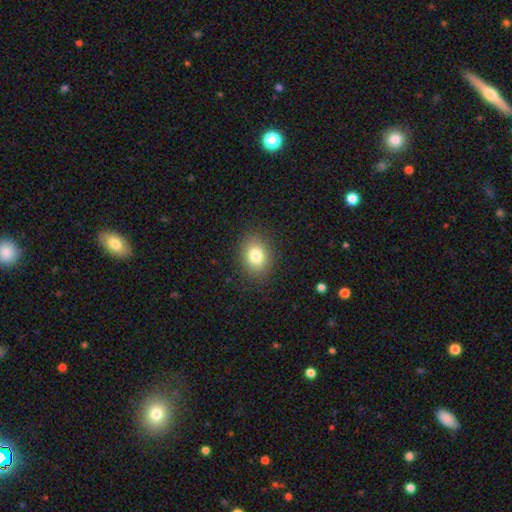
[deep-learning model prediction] Smooth or featured: smooth — 81% (star or artifact — 10%)
How rounded: in between — 60% (round — 39%)
Merging: none — 87% (minor disturbance — 9%)